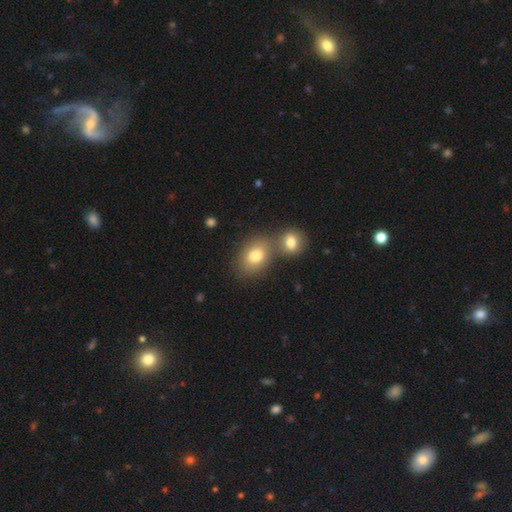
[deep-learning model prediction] smooth-or-featured: smooth: 78% | featured or disk: 11% | star or artifact: 10%
  how-rounded: in between: 59% | round: 40% | cigar-shaped: 1%
  merging: none: 47% | merger: 41% | minor disturbance: 9% | major disturbance: 3%